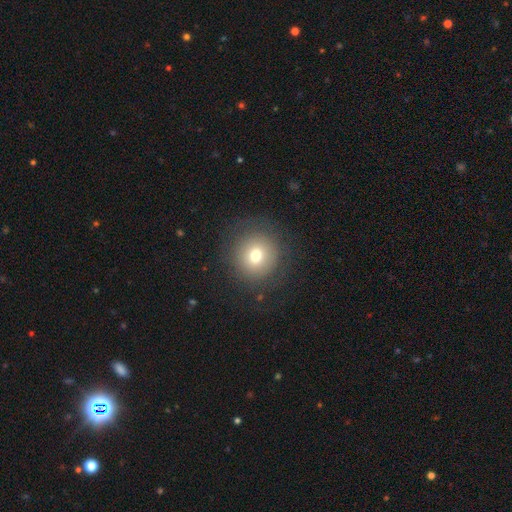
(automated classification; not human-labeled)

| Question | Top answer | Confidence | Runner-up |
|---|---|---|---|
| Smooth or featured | smooth | 72% | star or artifact (14%) |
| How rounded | round | 93% | in between (6%) |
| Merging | none | 85% | minor disturbance (8%) |